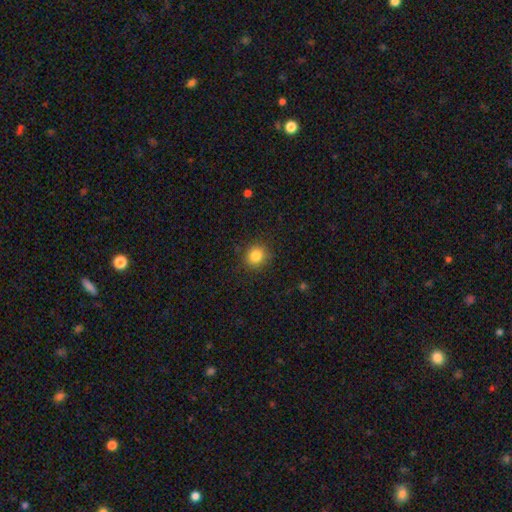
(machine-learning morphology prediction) Smooth or featured? Predicted: smooth (p=0.84). How rounded? Predicted: round (p=0.87). Merging? Predicted: none (p=0.87).